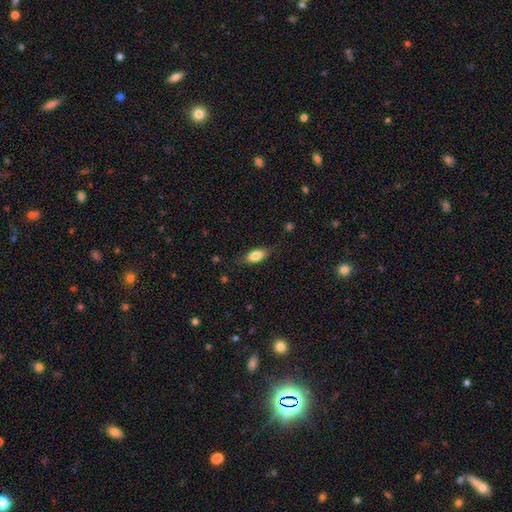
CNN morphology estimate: This is likely a smooth galaxy (78%). How rounded: clearly in between (83%). Merging: likely none (78%).